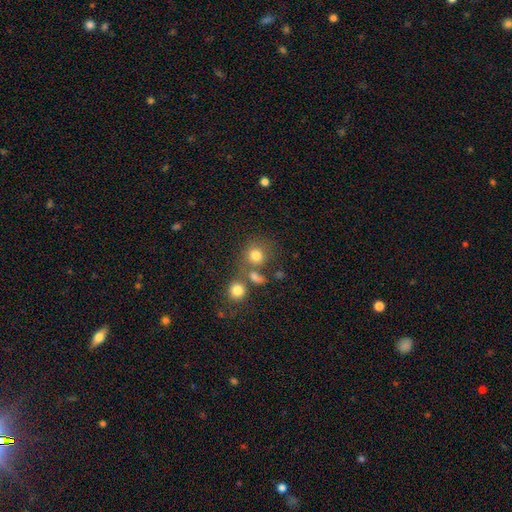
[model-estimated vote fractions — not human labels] Overall: smooth (77%). How rounded: round (84%). Merging: none (55%; merger 27%).